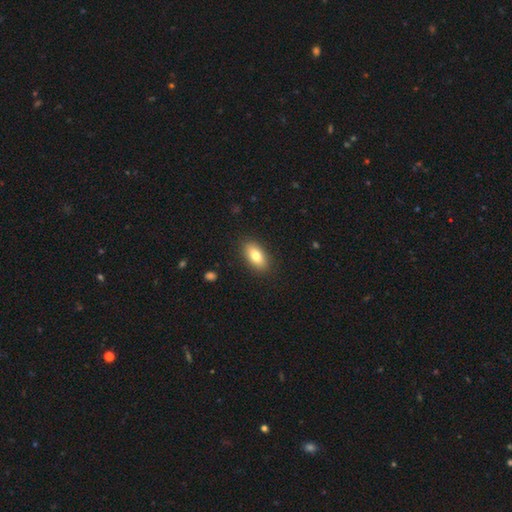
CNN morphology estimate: The model was most divided on "smooth or featured": smooth: 80%, featured or disk: 13%, star or artifact: 7%. More confident: how rounded — in between (89%); merging — none (88%).